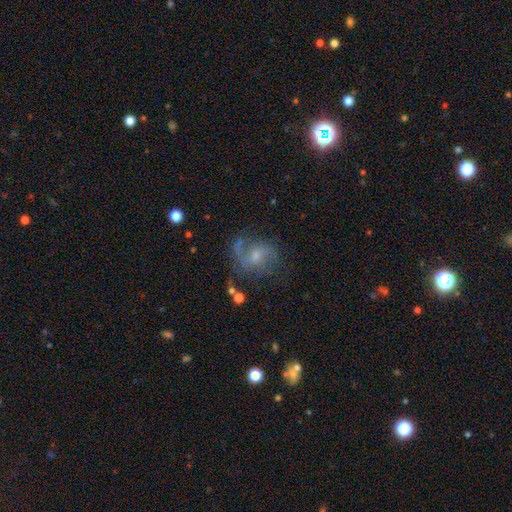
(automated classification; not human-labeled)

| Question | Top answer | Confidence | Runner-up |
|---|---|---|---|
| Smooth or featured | featured or disk | 74% | smooth (14%) |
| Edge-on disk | no | 97% | yes (3%) |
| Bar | no | 51% | weak (42%) |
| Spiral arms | yes | 92% | no (8%) |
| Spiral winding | medium | 46% | loose (38%) |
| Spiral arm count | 2 | 60% | 1 (18%) |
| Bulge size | small | 54% | moderate (35%) |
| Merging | none | 61% | minor disturbance (19%) |